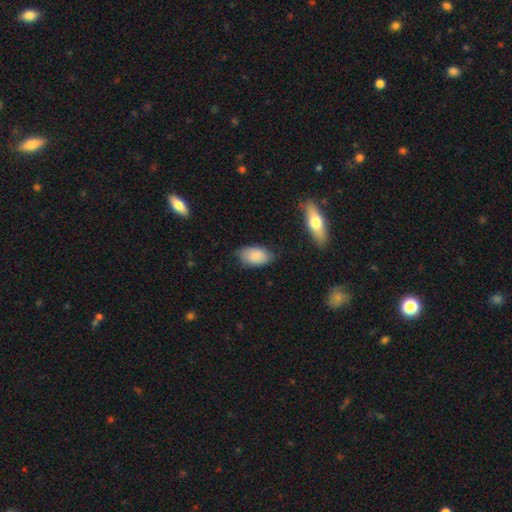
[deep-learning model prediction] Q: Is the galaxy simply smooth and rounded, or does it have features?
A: smooth — 86%.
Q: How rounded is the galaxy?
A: in between — 94%.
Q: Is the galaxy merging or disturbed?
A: none — 76%.